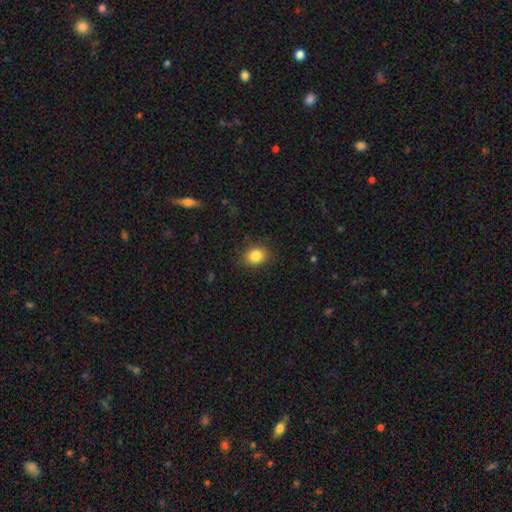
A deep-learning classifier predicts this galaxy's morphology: A smooth galaxy with no disk features (84%) that is round (67%). Merging: none (86%).